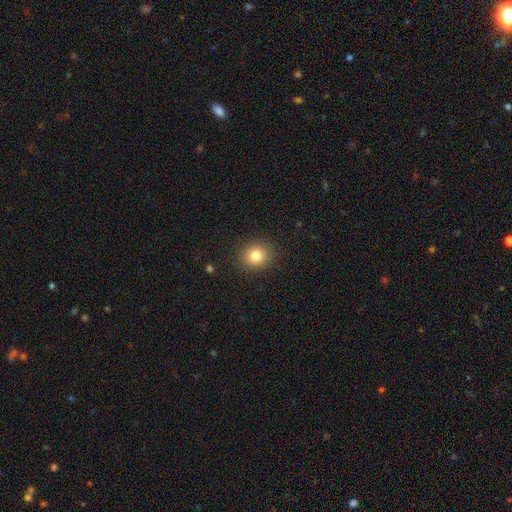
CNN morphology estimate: smooth 81%, star or artifact 11%, featured or disk 7%. Down the decision tree: how rounded — round (79%); merging — none (90%).